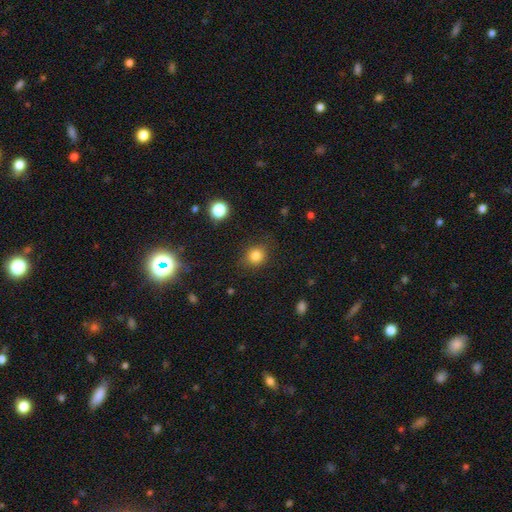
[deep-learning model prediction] Smooth or featured? smooth (82%)
How rounded? round (79%)
Merging? none (84%)